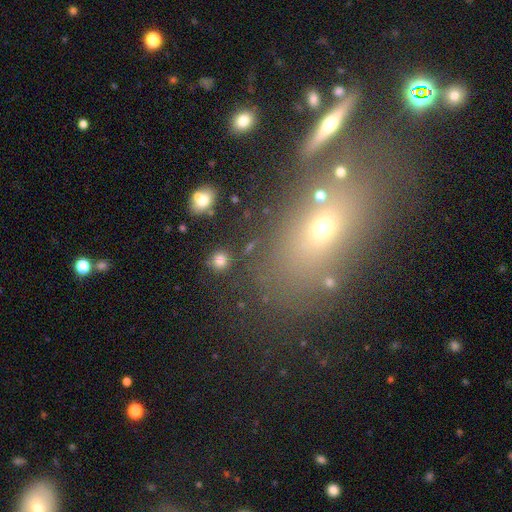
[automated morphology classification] smooth_or_featured: smooth (p=0.51) [alt: star or artifact p=0.29]
how_rounded: in between (p=0.68) [alt: round p=0.23]
merging: none (p=0.71) [alt: minor disturbance p=0.12]